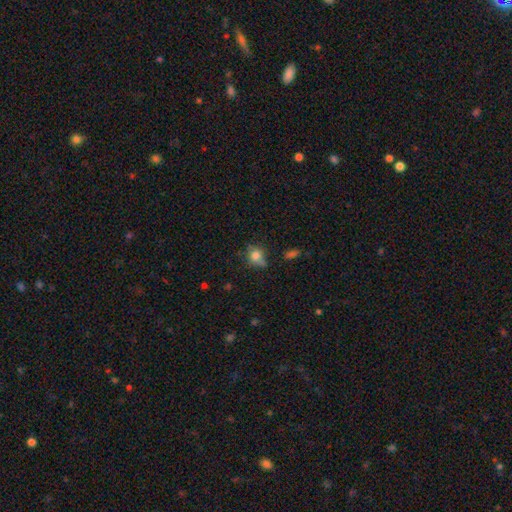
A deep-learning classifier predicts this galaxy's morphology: This appears to be a smooth galaxy with no disk features (78%) that is round (79%). Merging: none (62%).